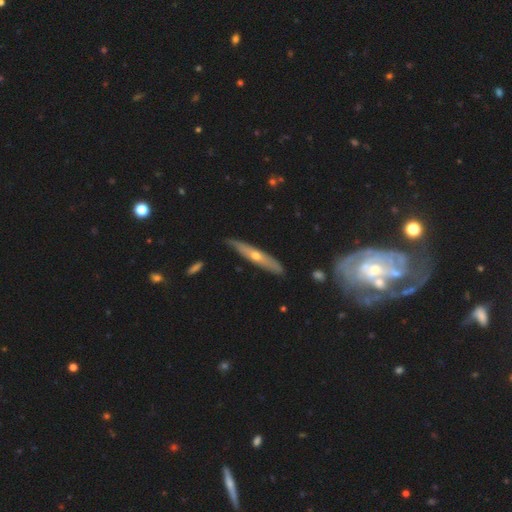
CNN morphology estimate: The model was most divided on "smooth or featured": featured or disk: 63%, smooth: 31%, star or artifact: 6%. More confident: edge-on disk — yes (84%); edge-on bulge — rounded (83%); merging — none (82%).